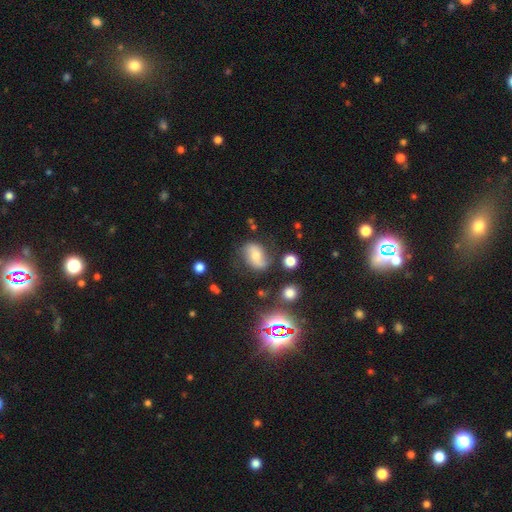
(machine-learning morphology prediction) smooth_or_featured: featured or disk (p=0.46) [alt: smooth p=0.40]
merging: none (p=0.62) [alt: minor disturbance p=0.23]